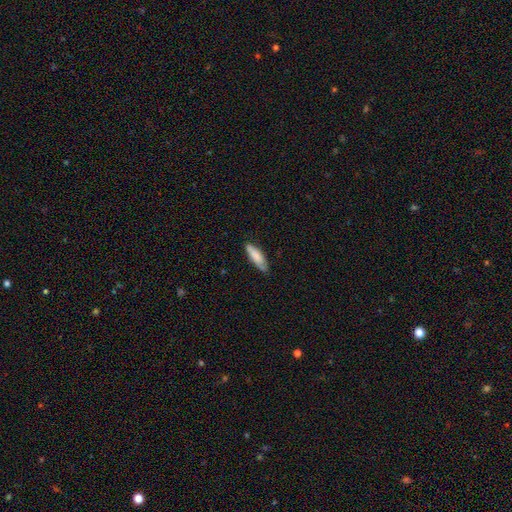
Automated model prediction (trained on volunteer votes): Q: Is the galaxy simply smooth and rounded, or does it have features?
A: smooth — 79%.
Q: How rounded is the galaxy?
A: cigar-shaped — 51%.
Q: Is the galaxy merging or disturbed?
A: none — 71%.